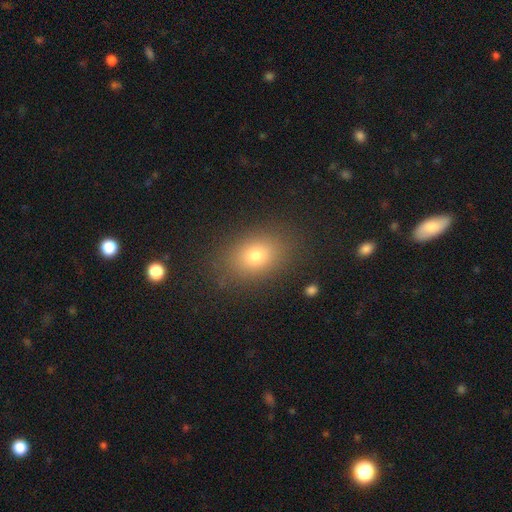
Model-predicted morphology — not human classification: A smooth galaxy with no disk features (76%) that is in between round and cigar-shaped (73%).

Vote fractions:
- Smooth or featured? smooth: 76% / star or artifact: 13% / featured or disk: 11%
- How rounded? in between: 73% / round: 26% / cigar-shaped: 1%
- Merging? none: 84% / minor disturbance: 10% / major disturbance: 4% / merger: 2%